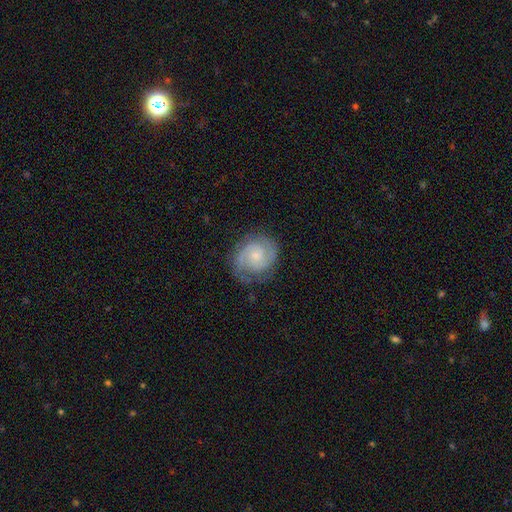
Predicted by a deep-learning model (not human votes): A featured or disk galaxy (84%) with no bar (66%), 2 (85%) tight (52%) spiral arms (97%) and a small central bulge (55%). Merging: none (77%).